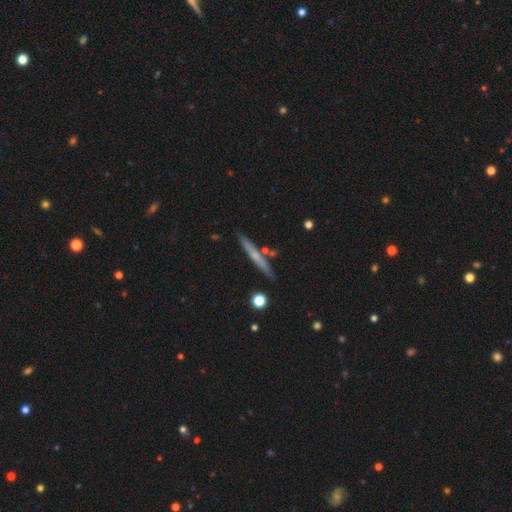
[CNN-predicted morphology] The model was most divided on "smooth or featured": smooth: 47%, featured or disk: 46%, star or artifact: 6%. More confident: merging — none (85%).